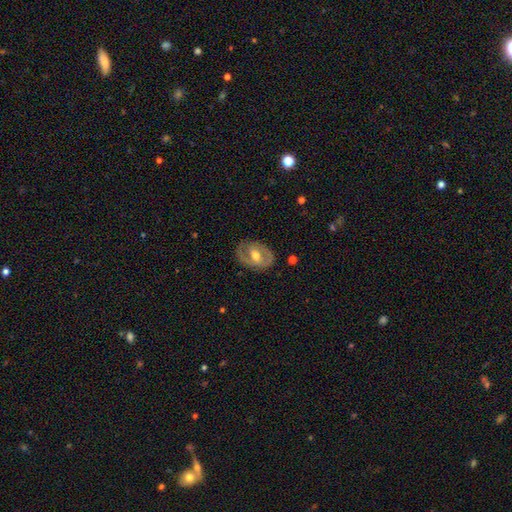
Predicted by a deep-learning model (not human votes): featured or disk 69%, smooth 26%, star or artifact 6%. Down the decision tree: edge-on disk — no (94%); bar — weak (41%); spiral arms — yes (55%); bulge size — moderate (74%); merging — none (78%).